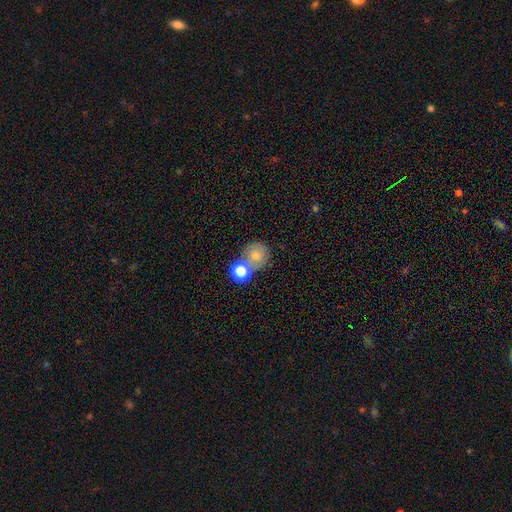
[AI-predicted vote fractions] Q: Smooth or featured?
A: smooth (75%); runner-up: featured or disk (13%)
Q: How rounded?
A: round (85%); runner-up: in between (14%)
Q: Merging?
A: none (48%); runner-up: merger (34%)